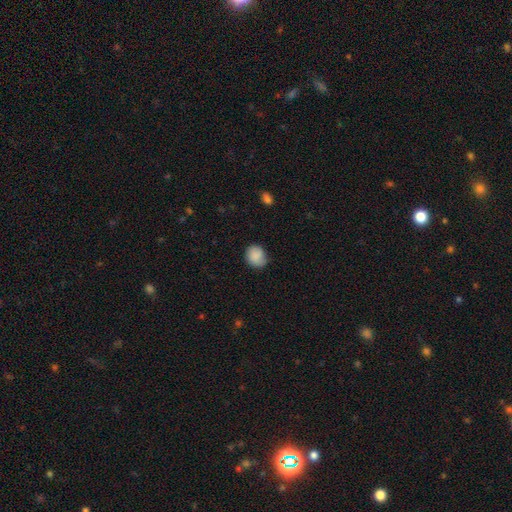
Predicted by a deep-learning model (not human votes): Morphology: type=smooth (84%); roundness=round (74%); merging=none (66%).